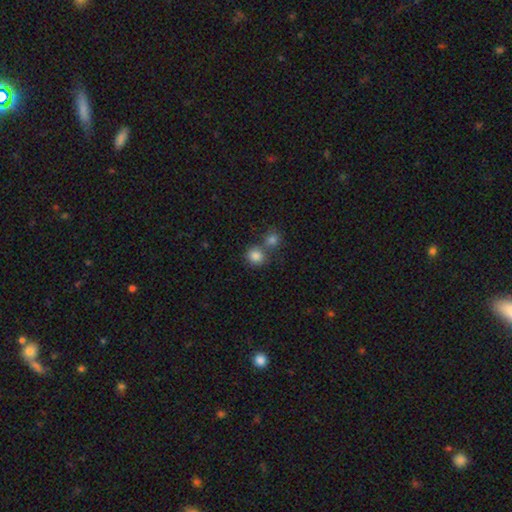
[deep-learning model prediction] smooth 83%, star or artifact 11%, featured or disk 6%. Down the decision tree: how rounded — round (84%); merging — none (54%).